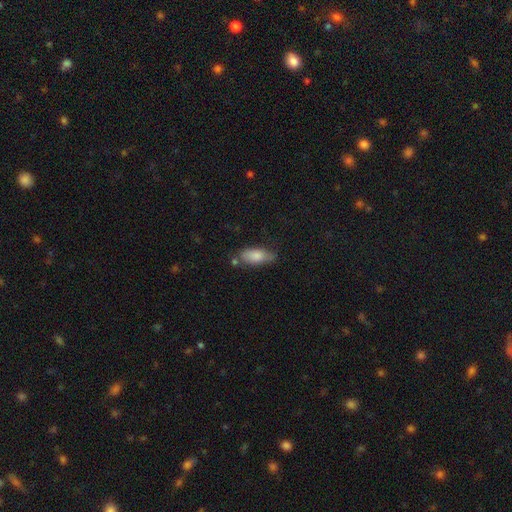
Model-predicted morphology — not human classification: Smooth or featured? Predicted: smooth (p=0.81). How rounded? Predicted: in between (p=0.80). Merging? Predicted: none (p=0.61).